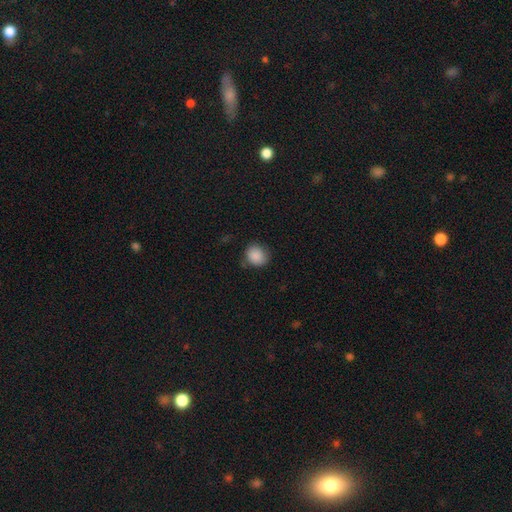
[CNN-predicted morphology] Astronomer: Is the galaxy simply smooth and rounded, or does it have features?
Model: smooth — 88%.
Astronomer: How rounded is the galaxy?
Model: round — 76%.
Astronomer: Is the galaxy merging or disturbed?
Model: none — 76%.